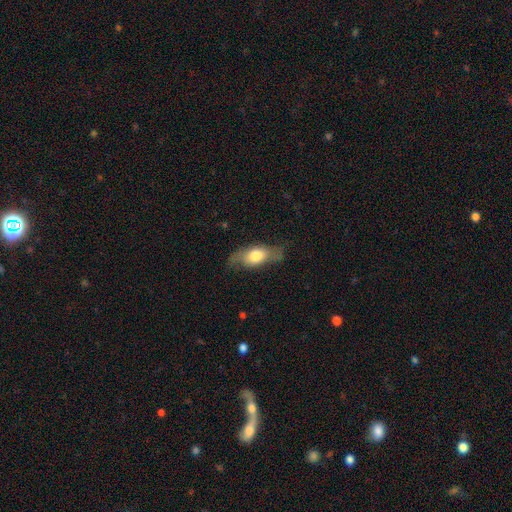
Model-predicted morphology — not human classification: Smooth or featured?
  - smooth: 58% *
  - featured or disk: 36%
  - star or artifact: 6%
How rounded?
  - in between: 79% *
  - cigar-shaped: 14%
  - round: 7%
Merging?
  - none: 59% *
  - minor disturbance: 27%
  - major disturbance: 12%
  - merger: 2%